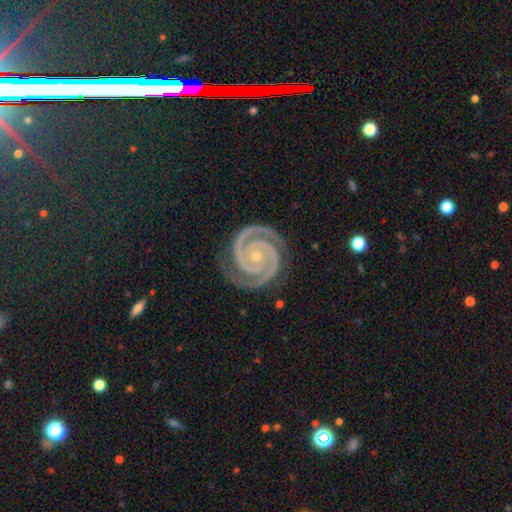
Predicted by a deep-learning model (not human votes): Smooth or featured?
  - featured or disk: 94% *
  - star or artifact: 4%
  - smooth: 2%
Edge-on disk?
  - no: 98% *
  - yes: 2%
Bar?
  - no: 70% *
  - weak: 18%
  - strong: 12%
Spiral arms?
  - yes: 99% *
  - no: 1%
Spiral winding?
  - tight: 84% *
  - medium: 15%
  - loose: 2%
Spiral arm count?
  - 2: 93% *
  - 3: 3%
  - can't tell: 1%
  - 4: 1%
  - 1: 1%
  - more than 4: 1%
Bulge size?
  - small: 78% *
  - moderate: 18%
  - none: 2%
  - large: 1%
  - dominant: 1%
Merging?
  - none: 84% *
  - minor disturbance: 12%
  - major disturbance: 3%
  - merger: 1%